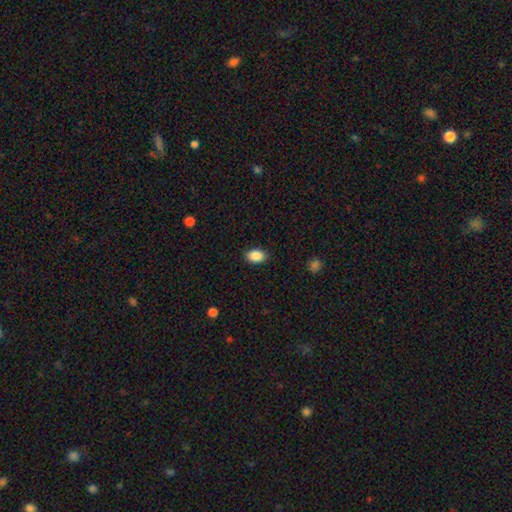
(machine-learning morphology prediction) smooth_or_featured: smooth (p=0.89) [alt: star or artifact p=0.08]
how_rounded: in between (p=0.84) [alt: round p=0.15]
merging: none (p=0.87) [alt: minor disturbance p=0.09]